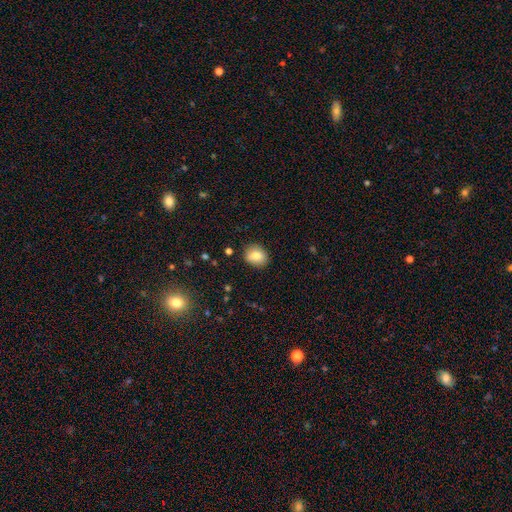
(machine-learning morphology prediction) smooth 82%, featured or disk 9%, star or artifact 9%. Down the decision tree: how rounded — round (54%); merging — none (86%).